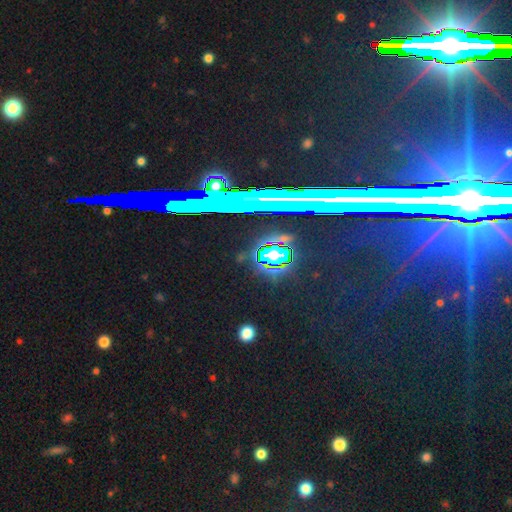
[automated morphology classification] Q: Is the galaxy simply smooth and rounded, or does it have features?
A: star or artifact — 76%.